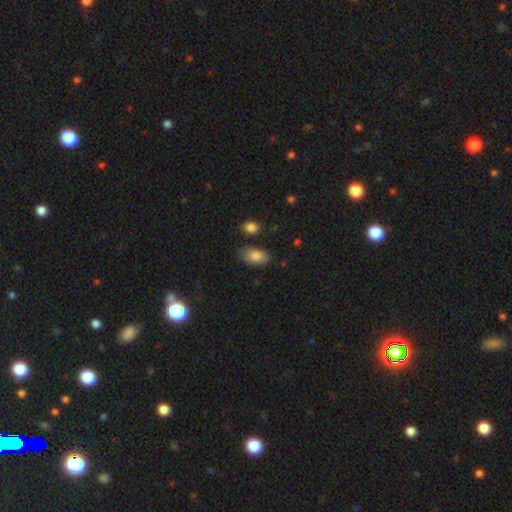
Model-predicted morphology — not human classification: A smooth galaxy with no disk features (84%) that is in between round and cigar-shaped (93%).

Vote fractions:
- Smooth or featured? smooth: 84% / featured or disk: 9% / star or artifact: 7%
- How rounded? in between: 93% / round: 5% / cigar-shaped: 2%
- Merging? none: 73% / minor disturbance: 19% / major disturbance: 4% / merger: 4%